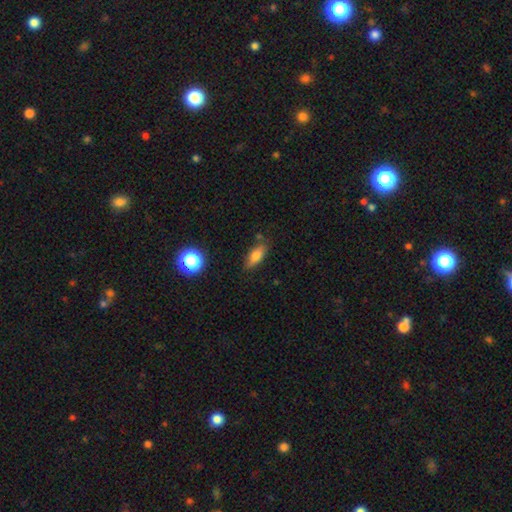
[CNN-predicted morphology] This is likely a smooth galaxy (76%). How rounded: likely in between (75%). Merging: likely none (79%).